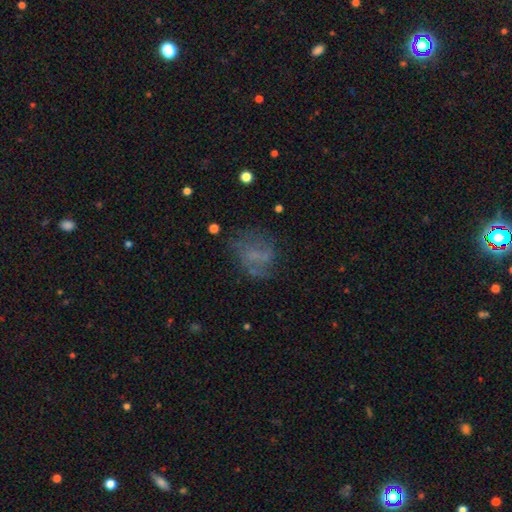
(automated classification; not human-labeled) Smooth or featured?
  - featured or disk: 42% *
  - smooth: 39%
  - star or artifact: 18%
Merging?
  - none: 54% *
  - major disturbance: 22%
  - minor disturbance: 20%
  - merger: 3%